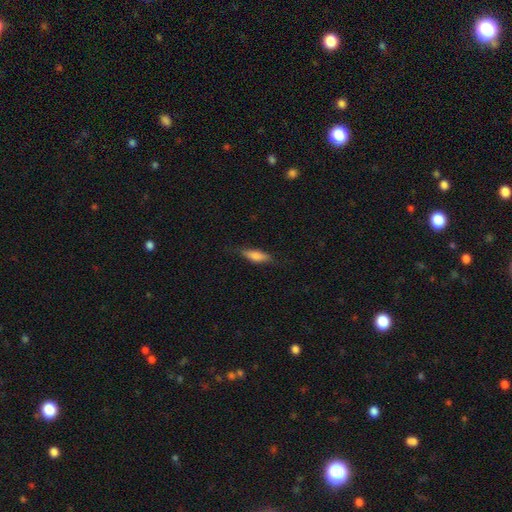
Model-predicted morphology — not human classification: smooth_or_featured: smooth (p=0.76) [alt: featured or disk p=0.17]
how_rounded: in between (p=0.52) [alt: cigar-shaped p=0.46]
merging: none (p=0.77) [alt: minor disturbance p=0.17]